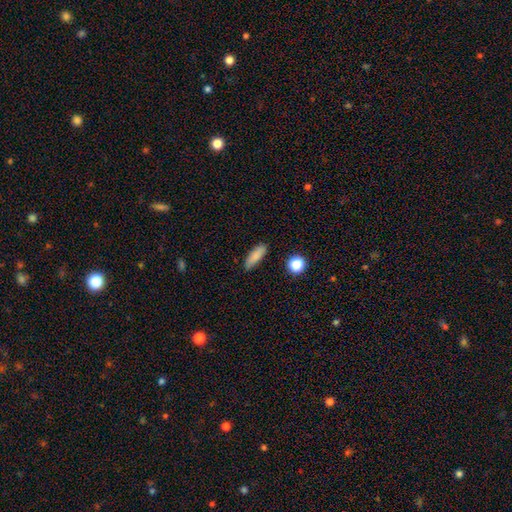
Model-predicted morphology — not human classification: This is clearly a smooth galaxy (84%). How rounded: possibly in between (54%). Merging: clearly none (82%).